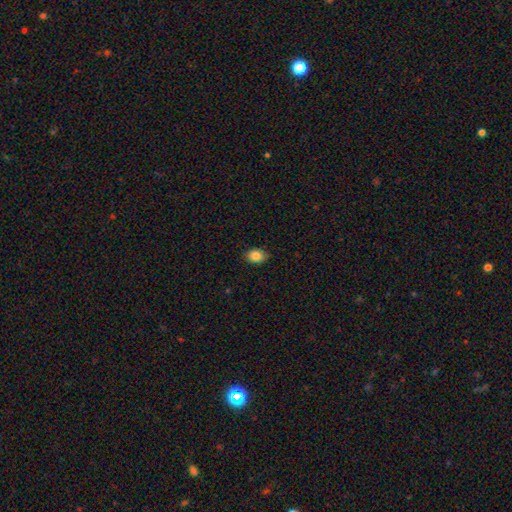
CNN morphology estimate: Smooth or featured?
  - smooth: 85% *
  - star or artifact: 9%
  - featured or disk: 6%
How rounded?
  - in between: 73% *
  - round: 25%
  - cigar-shaped: 1%
Merging?
  - none: 84% *
  - minor disturbance: 13%
  - major disturbance: 2%
  - merger: 1%